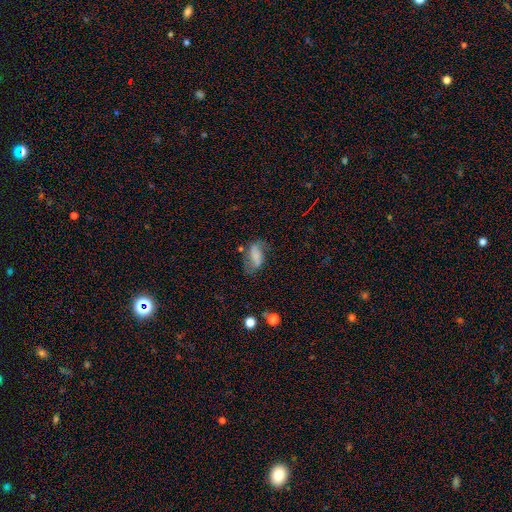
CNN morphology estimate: Smooth or featured? Predicted: smooth (p=0.52). How rounded? Predicted: in between (p=0.87). Merging? Predicted: none (p=0.46).